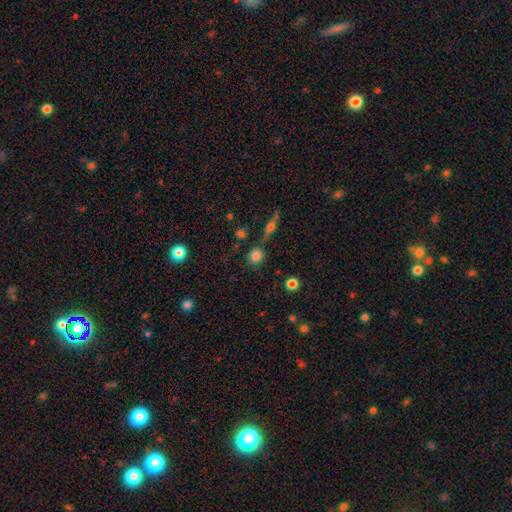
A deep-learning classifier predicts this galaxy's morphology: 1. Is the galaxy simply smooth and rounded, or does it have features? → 77% smooth, 11% featured or disk, 11% star or artifact.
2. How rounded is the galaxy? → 75% round, 23% in between, 2% cigar-shaped.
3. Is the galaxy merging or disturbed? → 73% none, 14% minor disturbance, 9% merger, 4% major disturbance.